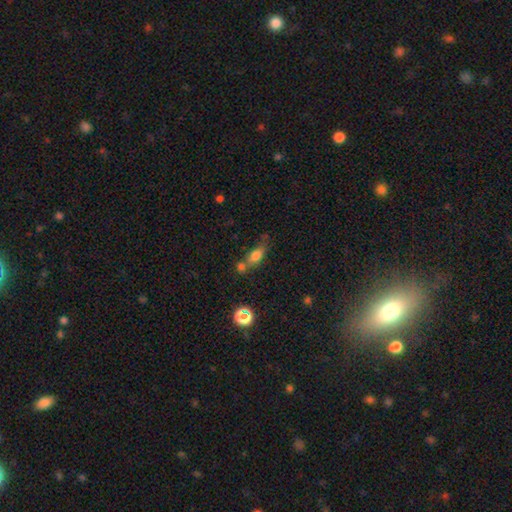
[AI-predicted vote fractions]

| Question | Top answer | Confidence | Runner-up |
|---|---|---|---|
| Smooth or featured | smooth | 73% | featured or disk (14%) |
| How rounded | in between | 71% | cigar-shaped (17%) |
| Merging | none | 42% | merger (34%) |